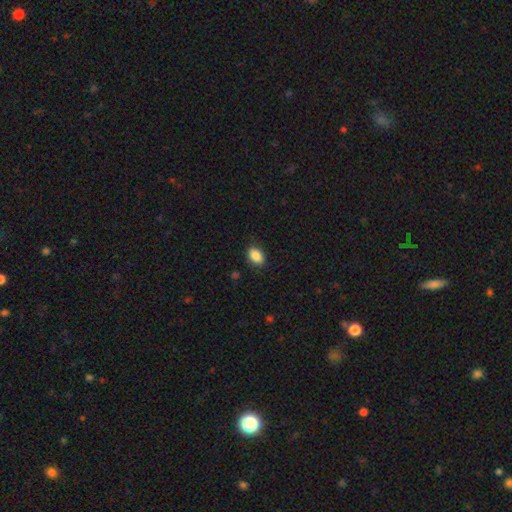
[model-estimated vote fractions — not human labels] Smooth or featured? smooth (88%)
How rounded? in between (87%)
Merging? none (86%)